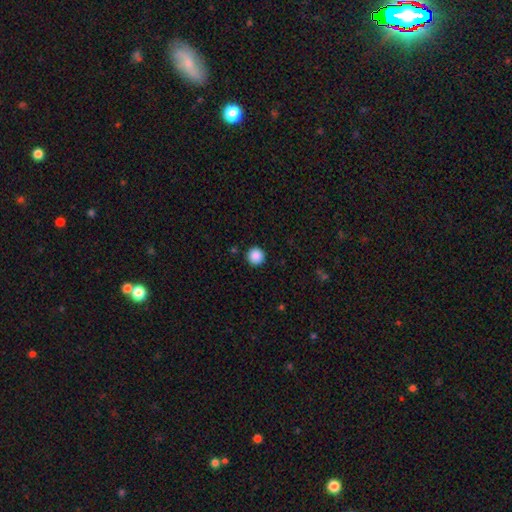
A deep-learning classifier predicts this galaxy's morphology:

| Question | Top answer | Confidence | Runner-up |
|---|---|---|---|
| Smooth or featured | smooth | 88% | star or artifact (9%) |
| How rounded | round | 96% | in between (3%) |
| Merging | none | 93% | minor disturbance (5%) |